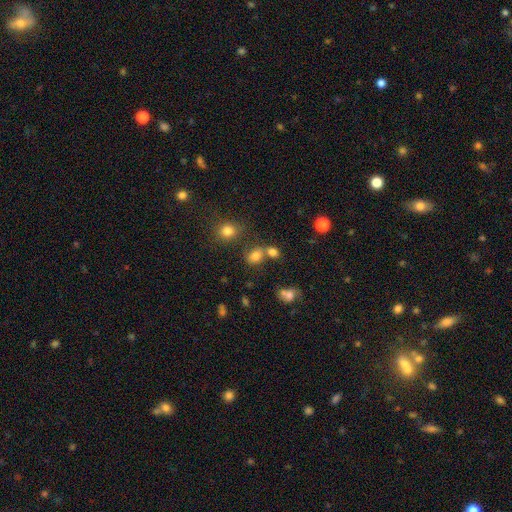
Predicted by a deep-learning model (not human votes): smooth 77%, star or artifact 15%, featured or disk 8%. Down the decision tree: how rounded — in between (64%); merging — none (54%).